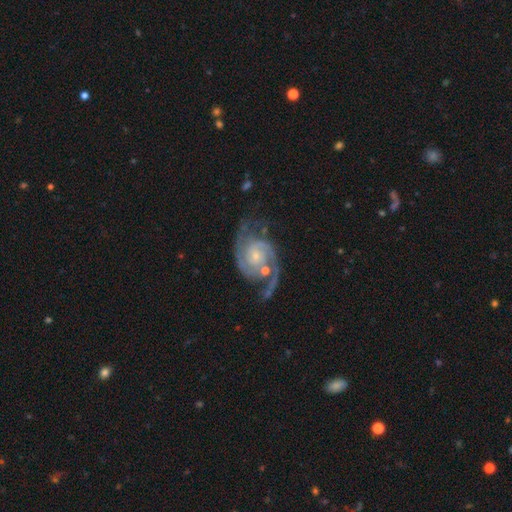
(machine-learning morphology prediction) Smooth or featured? Predicted: featured or disk (p=0.91). Edge-on disk? Predicted: no (p=0.98). Bar? Predicted: no (p=0.68). Spiral arms? Predicted: yes (p=0.98). Spiral winding? Predicted: medium (p=0.51). Spiral arm count? Predicted: 2 (p=0.86). Bulge size? Predicted: small (p=0.72). Merging? Predicted: none (p=0.58).